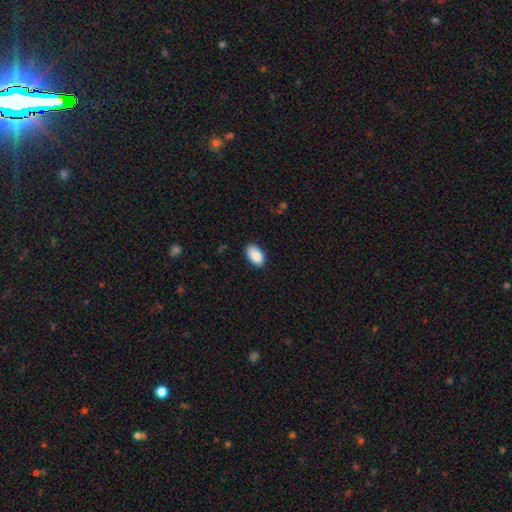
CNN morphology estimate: A smooth galaxy with no disk features (89%) that is in between round and cigar-shaped (95%). Merging: none (86%).